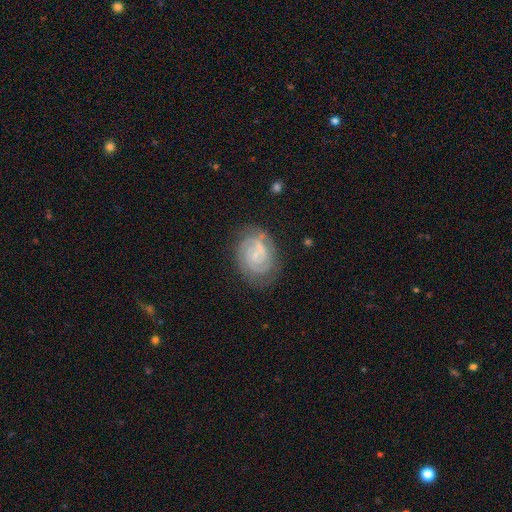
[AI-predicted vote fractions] smooth_or_featured: featured or disk (p=0.80) [alt: smooth p=0.13]
disk_edge_on: no (p=0.98) [alt: yes p=0.02]
bar: weak (p=0.46) [alt: no p=0.42]
has_spiral_arms: yes (p=0.94) [alt: no p=0.06]
spiral_winding: tight (p=0.63) [alt: medium p=0.30]
spiral_arm_count: 2 (p=0.59) [alt: can't tell p=0.18]
bulge_size: small (p=0.66) [alt: none p=0.20]
merging: none (p=0.76) [alt: minor disturbance p=0.16]